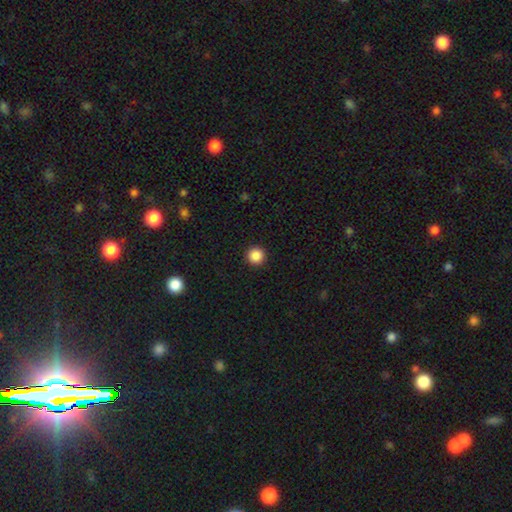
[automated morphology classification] Smooth or featured: smooth — 87% (star or artifact — 10%)
How rounded: round — 96% (in between — 3%)
Merging: none — 93% (minor disturbance — 4%)